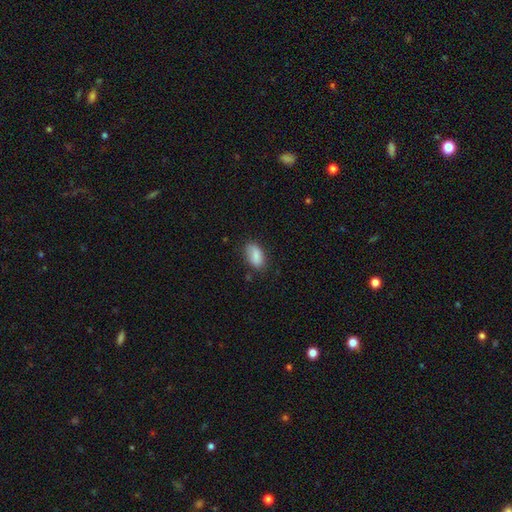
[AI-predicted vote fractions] This is clearly a smooth galaxy (85%). How rounded: clearly in between (93%). Merging: likely none (75%).